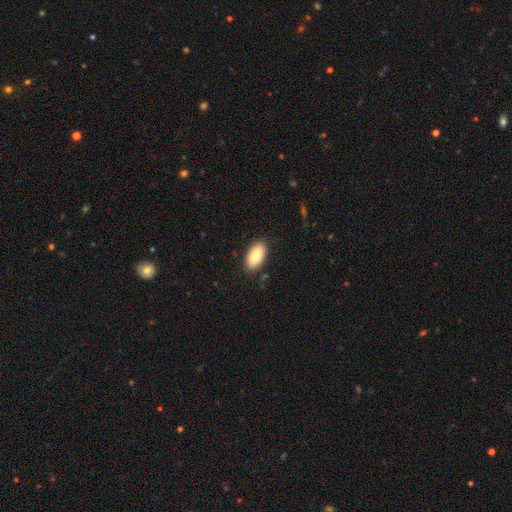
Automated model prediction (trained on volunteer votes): The model was most divided on "smooth or featured": smooth: 82%, featured or disk: 12%, star or artifact: 7%. More confident: how rounded — in between (93%); merging — none (87%).